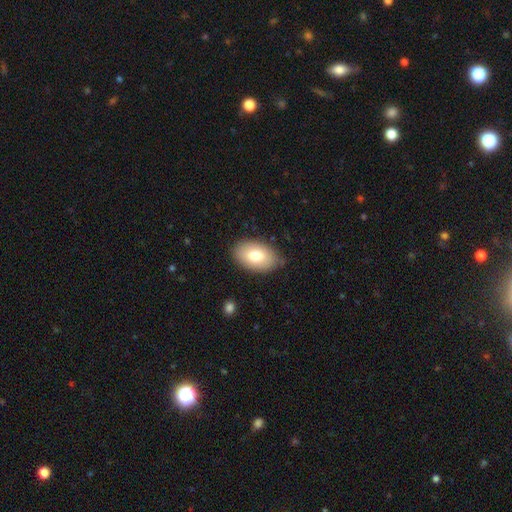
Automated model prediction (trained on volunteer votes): smooth-or-featured: smooth: 77% | featured or disk: 16% | star or artifact: 7%
  how-rounded: in between: 92% | round: 7% | cigar-shaped: 1%
  merging: none: 82% | minor disturbance: 14% | major disturbance: 3% | merger: 1%